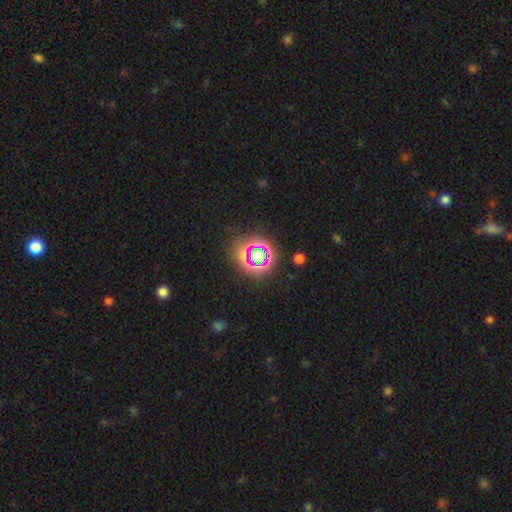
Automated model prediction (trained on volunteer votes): This is likely a star or artifact rather than a galaxy (65%).